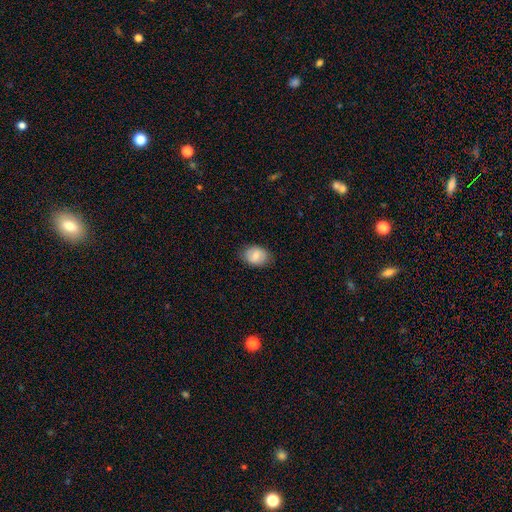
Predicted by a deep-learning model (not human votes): Smooth or featured?
  - smooth: 78% *
  - featured or disk: 15%
  - star or artifact: 7%
How rounded?
  - in between: 71% *
  - round: 28%
  - cigar-shaped: 1%
Merging?
  - none: 83% *
  - minor disturbance: 14%
  - major disturbance: 3%
  - merger: 1%